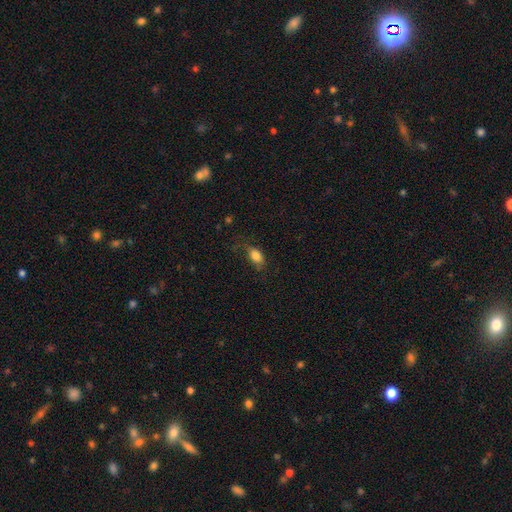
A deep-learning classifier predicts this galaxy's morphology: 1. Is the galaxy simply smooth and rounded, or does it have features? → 82% smooth, 9% star or artifact, 9% featured or disk.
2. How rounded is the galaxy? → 89% in between, 8% round, 4% cigar-shaped.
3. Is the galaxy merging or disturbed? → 61% none, 24% minor disturbance, 13% major disturbance, 2% merger.